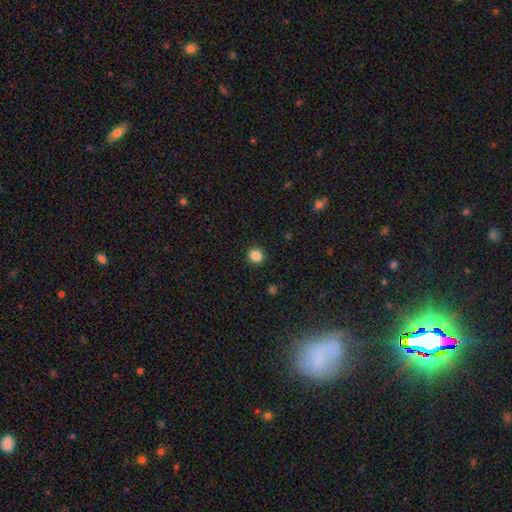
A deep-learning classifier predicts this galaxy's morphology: This is clearly a smooth galaxy (86%). How rounded: clearly round (91%). Merging: clearly none (91%).